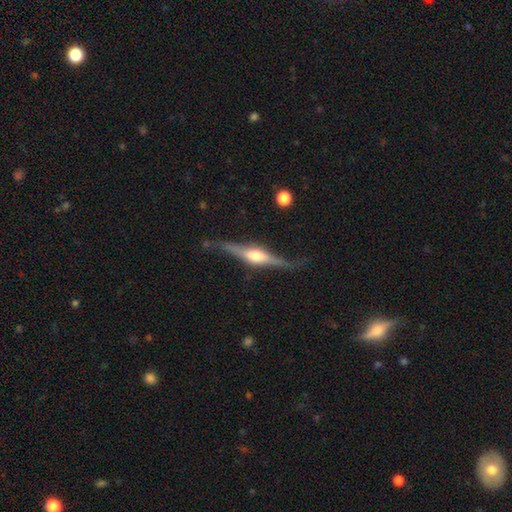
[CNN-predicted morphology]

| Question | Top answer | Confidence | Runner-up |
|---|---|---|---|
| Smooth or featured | featured or disk | 82% | smooth (13%) |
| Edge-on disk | yes | 96% | no (4%) |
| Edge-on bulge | rounded | 85% | boxy (12%) |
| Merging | none | 79% | minor disturbance (15%) |